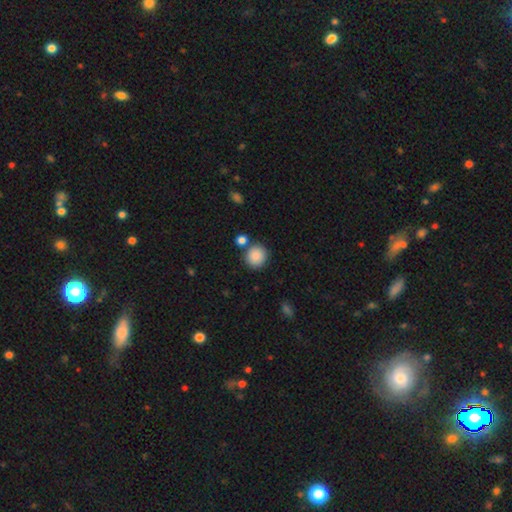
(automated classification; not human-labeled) The model was most divided on "merging": none: 77%, merger: 12%, minor disturbance: 9%, major disturbance: 3%. More confident: how rounded — round (89%); smooth or featured — smooth (88%).